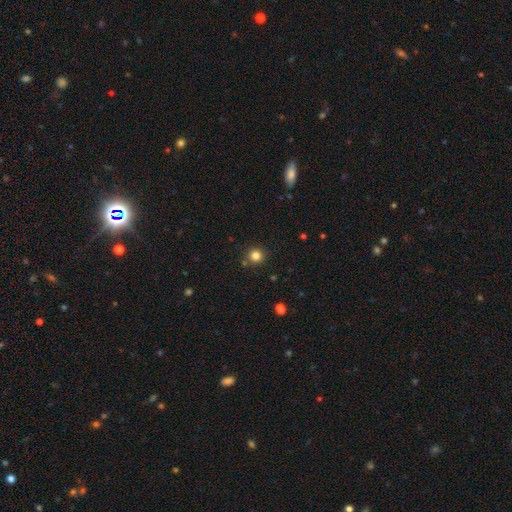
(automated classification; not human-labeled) Smooth or featured? smooth (82%)
How rounded? round (92%)
Merging? none (83%)